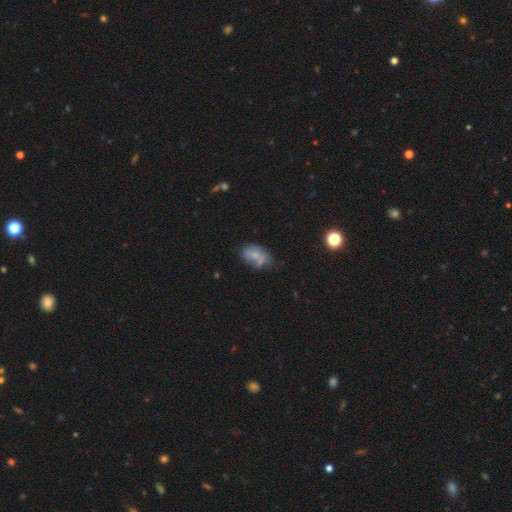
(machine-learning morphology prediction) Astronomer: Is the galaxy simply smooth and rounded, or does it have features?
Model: smooth — 63%.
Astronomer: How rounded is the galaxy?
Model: in between — 89%.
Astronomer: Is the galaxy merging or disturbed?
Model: none — 47% (runner-up: minor disturbance, 29%).